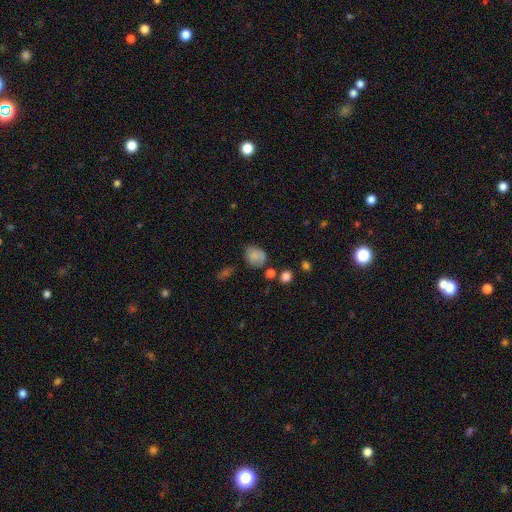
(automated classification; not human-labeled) smooth_or_featured: smooth (p=0.78) [alt: featured or disk p=0.11]
how_rounded: round (p=0.50) [alt: in between p=0.49]
merging: none (p=0.61) [alt: minor disturbance p=0.25]